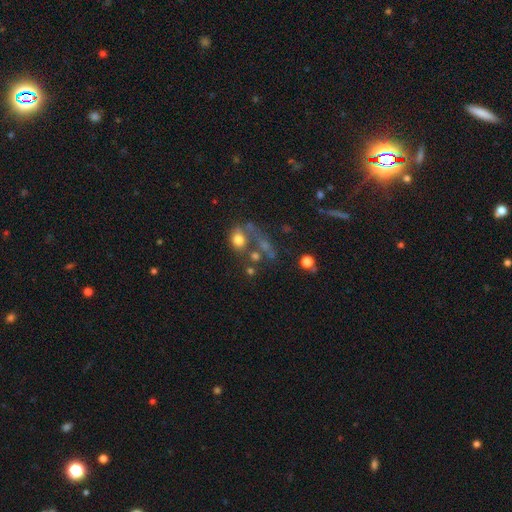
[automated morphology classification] The model was most divided on "merging": merger: 37%, none: 35%, major disturbance: 17%, minor disturbance: 11%. More confident: how rounded — round (62%); smooth or featured — smooth (53%).